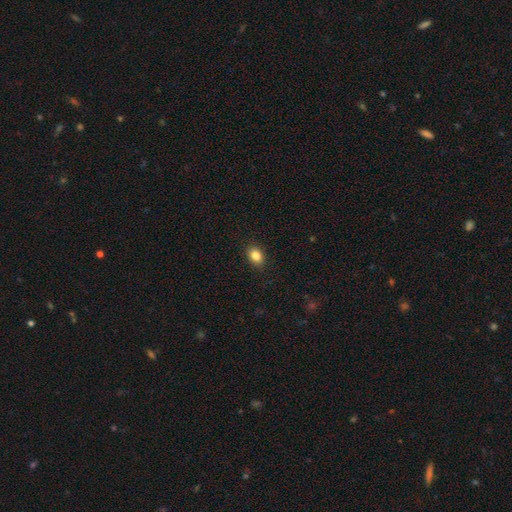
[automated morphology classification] Smooth or featured? smooth (85%)
How rounded? in between (71%)
Merging? none (89%)